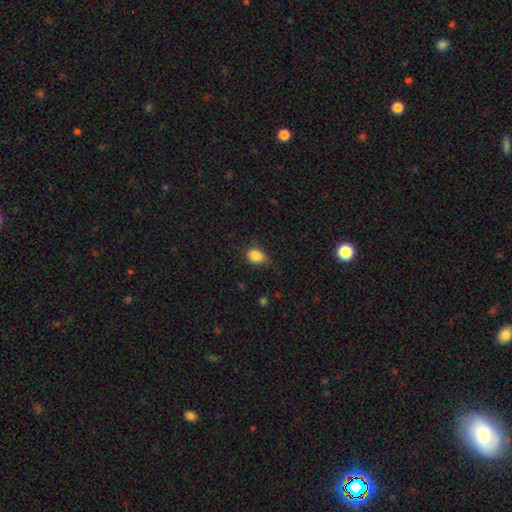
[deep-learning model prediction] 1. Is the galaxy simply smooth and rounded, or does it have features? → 84% smooth, 10% star or artifact, 6% featured or disk.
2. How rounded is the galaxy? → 65% in between, 33% round, 2% cigar-shaped.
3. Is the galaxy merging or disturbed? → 45% none, 39% minor disturbance, 13% major disturbance, 3% merger.